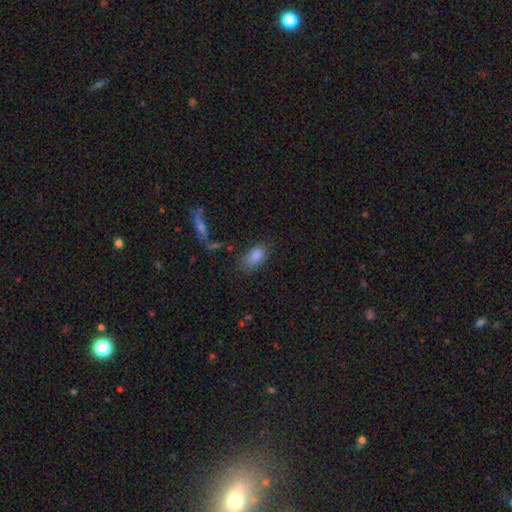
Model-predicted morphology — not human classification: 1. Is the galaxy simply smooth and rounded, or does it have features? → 85% smooth, 9% star or artifact, 7% featured or disk.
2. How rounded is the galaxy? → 91% in between, 6% round, 4% cigar-shaped.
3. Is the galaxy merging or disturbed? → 67% none, 21% minor disturbance, 8% major disturbance, 4% merger.